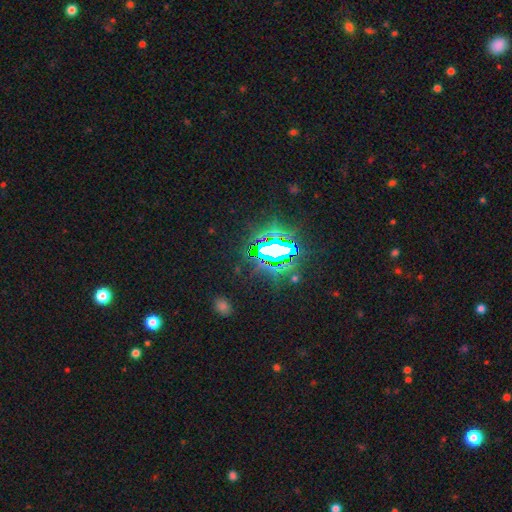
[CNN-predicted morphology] star or artifact 82%, smooth 11%, featured or disk 8%.